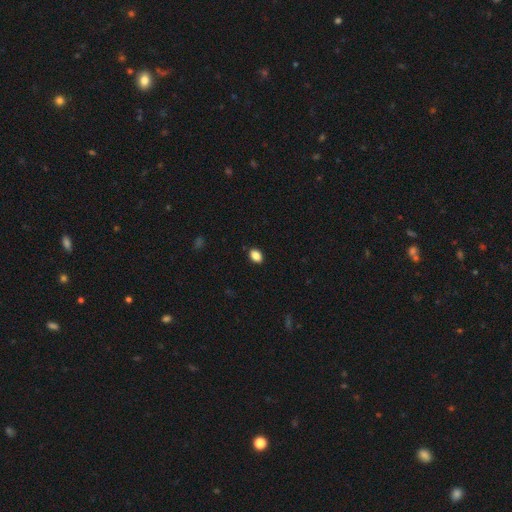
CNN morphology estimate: This is clearly a smooth galaxy (87%). How rounded: likely in between (79%). Merging: clearly none (88%).